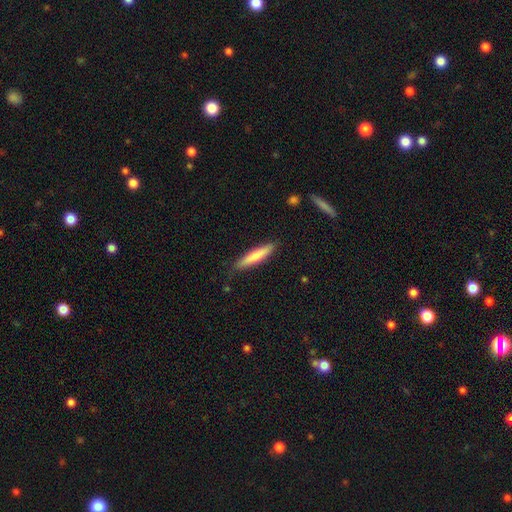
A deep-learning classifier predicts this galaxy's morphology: This appears to be a smooth galaxy with no disk features (70%) that is cigar-shaped (88%). Merging: none (86%).